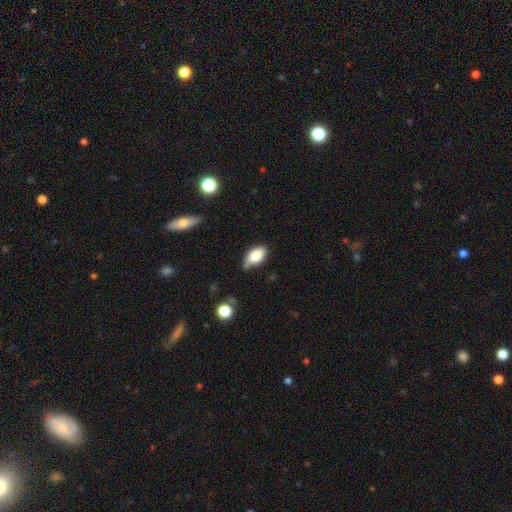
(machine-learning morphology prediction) Smooth or featured?
  - smooth: 83% *
  - featured or disk: 10%
  - star or artifact: 7%
How rounded?
  - in between: 93% *
  - round: 5%
  - cigar-shaped: 2%
Merging?
  - none: 52% *
  - minor disturbance: 36%
  - major disturbance: 8%
  - merger: 4%